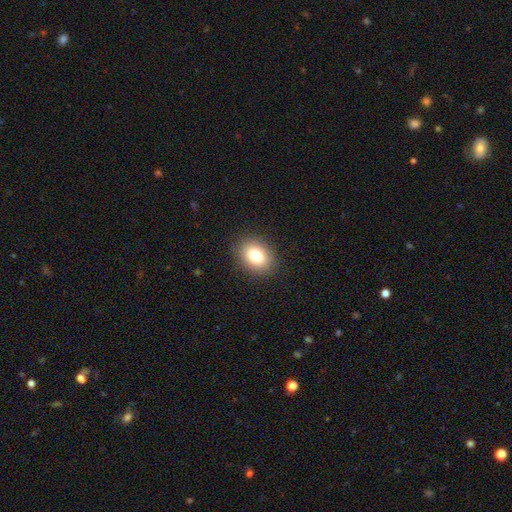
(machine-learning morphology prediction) Smooth or featured? smooth (80%)
How rounded? in between (60%)
Merging? none (89%)